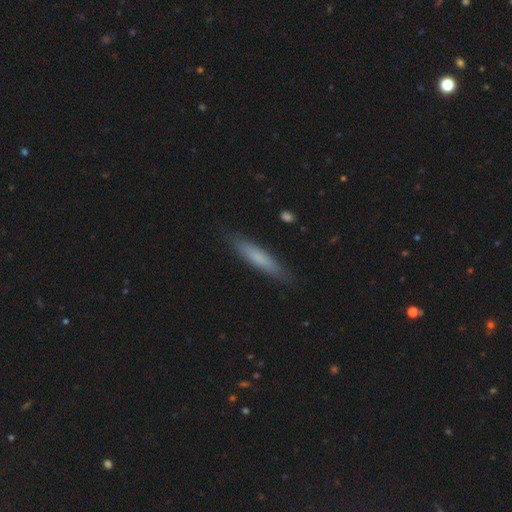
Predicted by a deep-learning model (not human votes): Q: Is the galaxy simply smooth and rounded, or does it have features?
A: smooth — 67%.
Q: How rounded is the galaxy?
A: cigar-shaped — 88%.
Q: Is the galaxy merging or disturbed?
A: none — 87%.